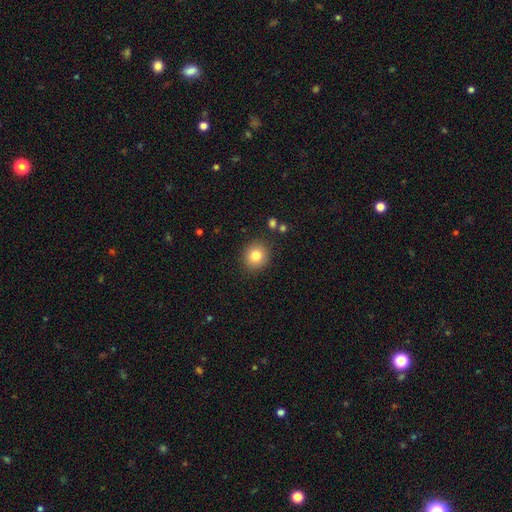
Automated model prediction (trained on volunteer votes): Overall: smooth (82%). How rounded: round (85%). Merging: none (88%).